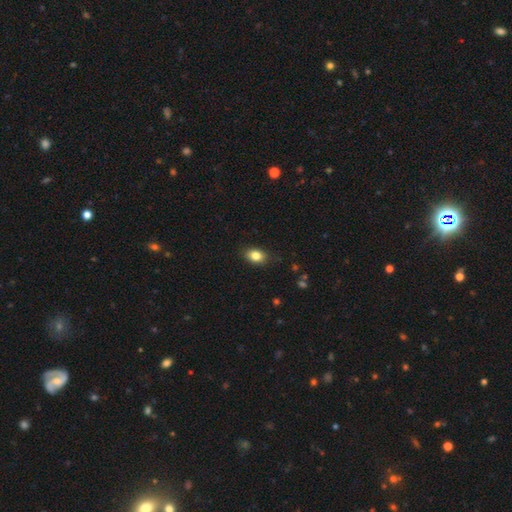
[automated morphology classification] Smooth or featured: smooth — 84% (star or artifact — 9%)
How rounded: in between — 74% (round — 24%)
Merging: none — 82% (minor disturbance — 14%)